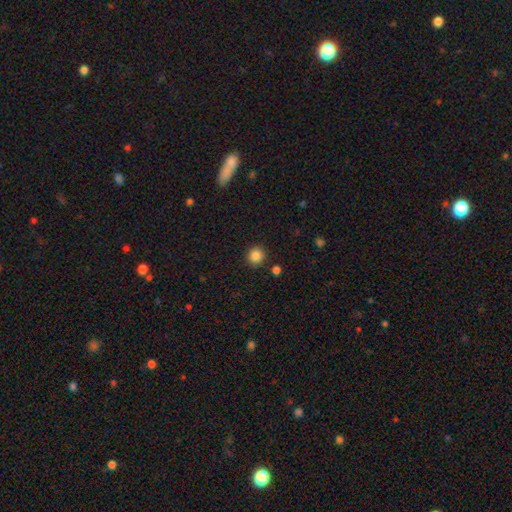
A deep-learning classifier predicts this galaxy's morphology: This appears to be a smooth galaxy with no disk features (86%) that is round (92%). Merging: none (89%).